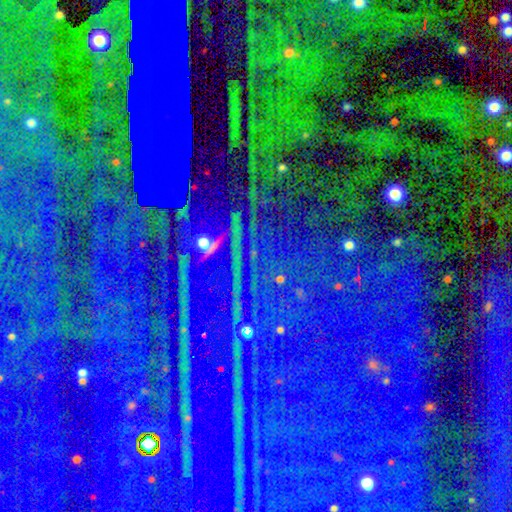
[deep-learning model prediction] Smooth or featured? star or artifact (85%)